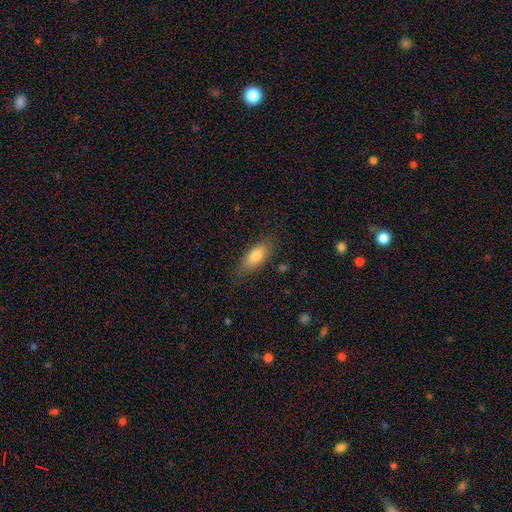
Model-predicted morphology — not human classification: smooth_or_featured: smooth (p=0.78) [alt: featured or disk p=0.15]
how_rounded: in between (p=0.76) [alt: cigar-shaped p=0.21]
merging: none (p=0.77) [alt: minor disturbance p=0.17]